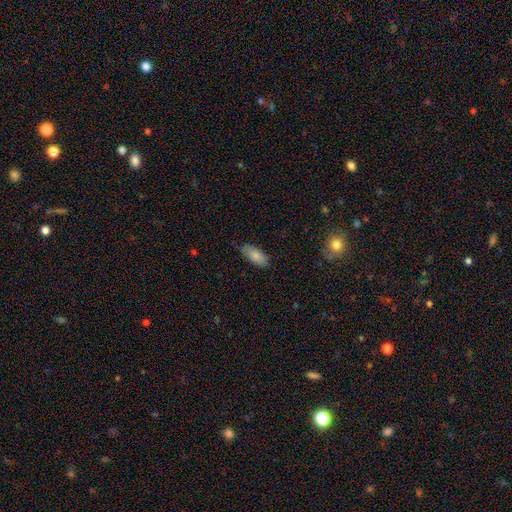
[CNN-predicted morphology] Overall: smooth (85%). How rounded: in between (85%). Merging: none (75%).